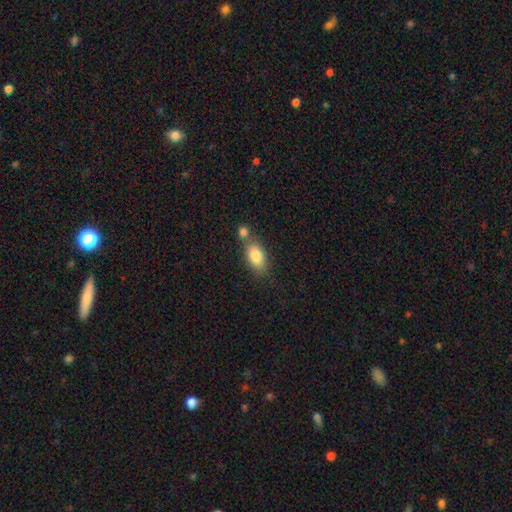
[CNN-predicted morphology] This is clearly a smooth galaxy (82%). How rounded: clearly in between (88%). Merging: possibly none (50%).